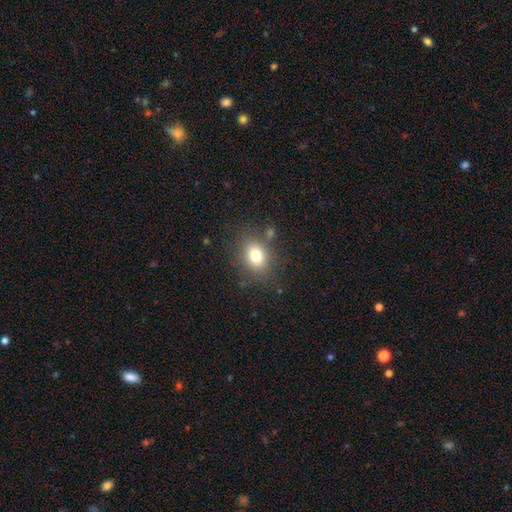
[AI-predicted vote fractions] Smooth or featured? smooth (76%)
How rounded? round (50%)
Merging? none (78%)